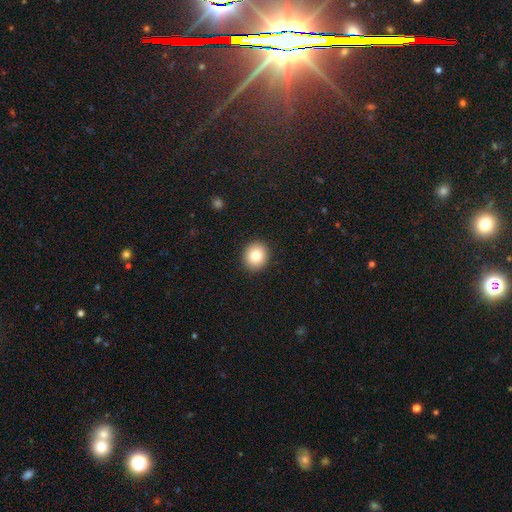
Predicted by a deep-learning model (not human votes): A smooth galaxy with no disk features (81%) that is round (86%). Merging: none (92%).